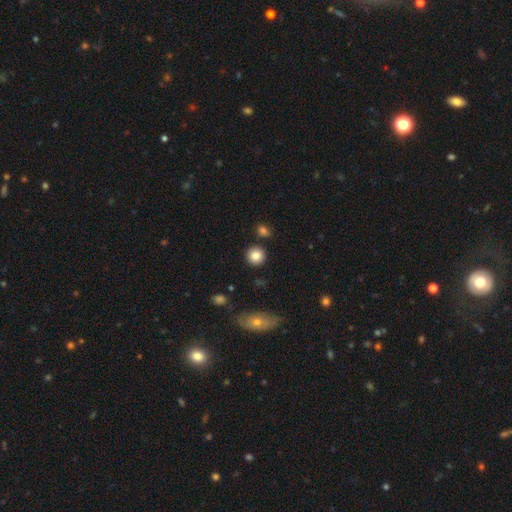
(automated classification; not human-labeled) Smooth or featured? Predicted: smooth (p=0.85). How rounded? Predicted: round (p=0.92). Merging? Predicted: none (p=0.87).